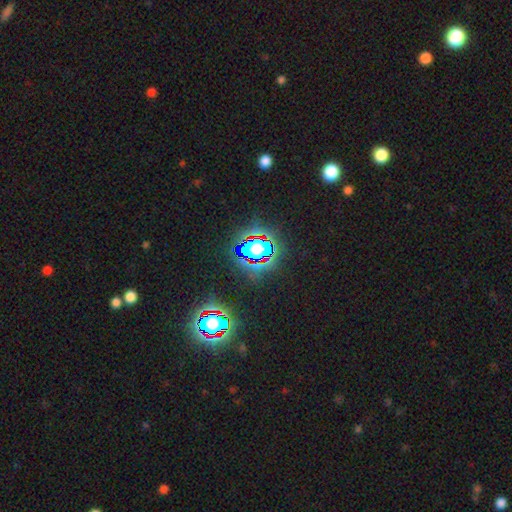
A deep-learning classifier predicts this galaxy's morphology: Smooth or featured? star or artifact (82%)